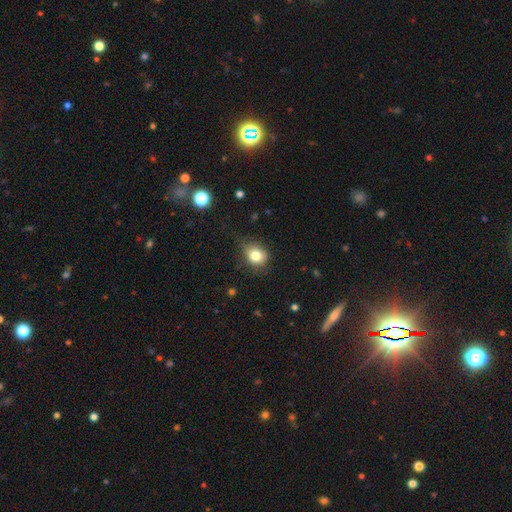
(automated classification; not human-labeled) smooth 80%, star or artifact 11%, featured or disk 9%. Down the decision tree: how rounded — round (63%); merging — none (59%).